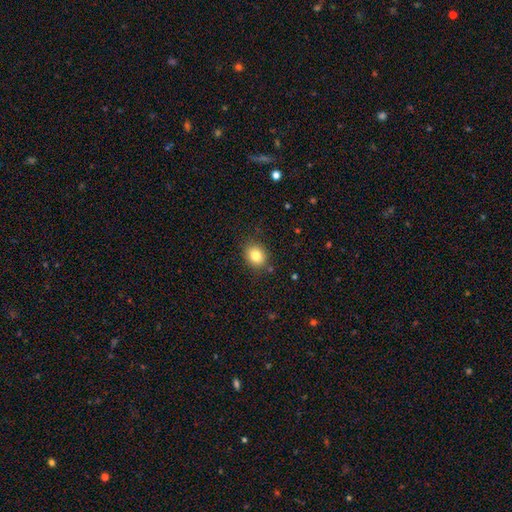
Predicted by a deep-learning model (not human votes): smooth_or_featured: smooth (p=0.82) [alt: star or artifact p=0.10]
how_rounded: round (p=0.62) [alt: in between p=0.38]
merging: none (p=0.84) [alt: minor disturbance p=0.11]